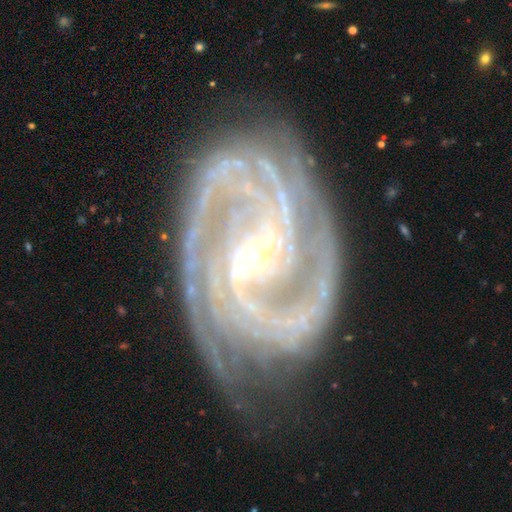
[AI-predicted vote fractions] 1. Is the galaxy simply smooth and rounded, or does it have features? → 92% featured or disk, 5% star or artifact, 3% smooth.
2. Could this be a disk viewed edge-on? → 97% no, 3% yes.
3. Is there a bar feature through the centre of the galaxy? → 40% weak, 37% strong, 23% no.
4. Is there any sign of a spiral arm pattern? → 99% yes, 1% no.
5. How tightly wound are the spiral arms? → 63% tight, 33% medium, 5% loose.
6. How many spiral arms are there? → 44% 2, 23% 3, 11% can't tell, 10% 4, 6% more than 4, 6% 1.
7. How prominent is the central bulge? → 66% small, 30% moderate, 2% large, 1% none, 1% dominant.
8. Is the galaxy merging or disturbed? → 70% none, 20% minor disturbance, 8% major disturbance, 2% merger.